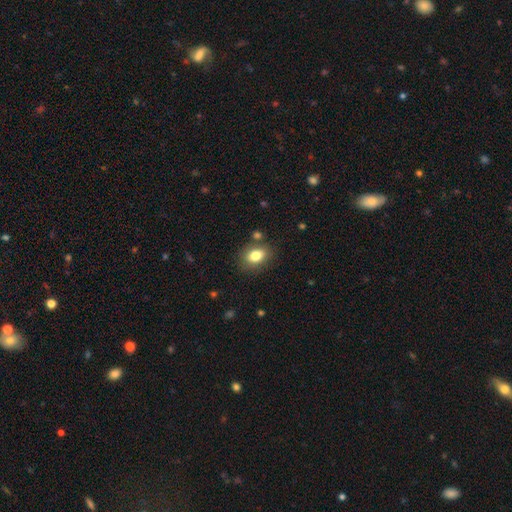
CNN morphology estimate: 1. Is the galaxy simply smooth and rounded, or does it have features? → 81% smooth, 10% star or artifact, 9% featured or disk.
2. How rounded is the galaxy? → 68% in between, 31% round, 1% cigar-shaped.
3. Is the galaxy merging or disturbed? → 78% none, 13% minor disturbance, 5% merger, 4% major disturbance.